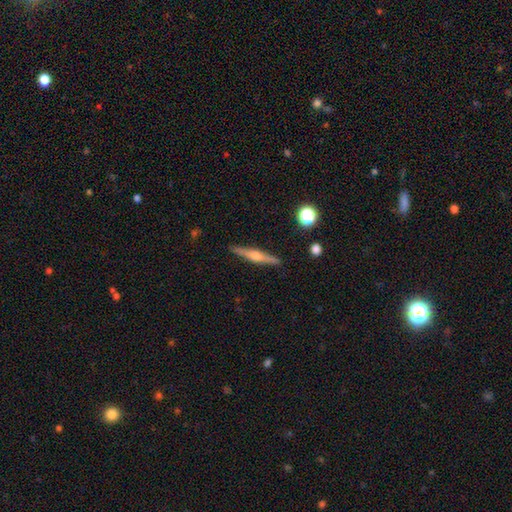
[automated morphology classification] type=featured or disk (71%); edge-on=yes (98%); edge-on bulge=rounded (86%); merging=none (91%).